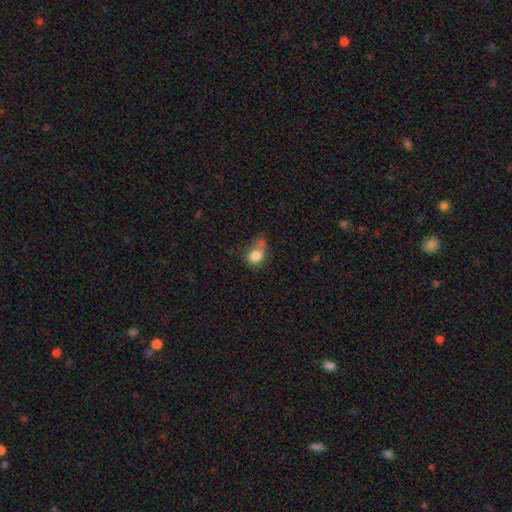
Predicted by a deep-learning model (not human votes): Smooth or featured?
  - smooth: 79% *
  - featured or disk: 11%
  - star or artifact: 10%
How rounded?
  - in between: 61% *
  - round: 37%
  - cigar-shaped: 2%
Merging?
  - minor disturbance: 30% *
  - none: 27%
  - major disturbance: 24%
  - merger: 19%